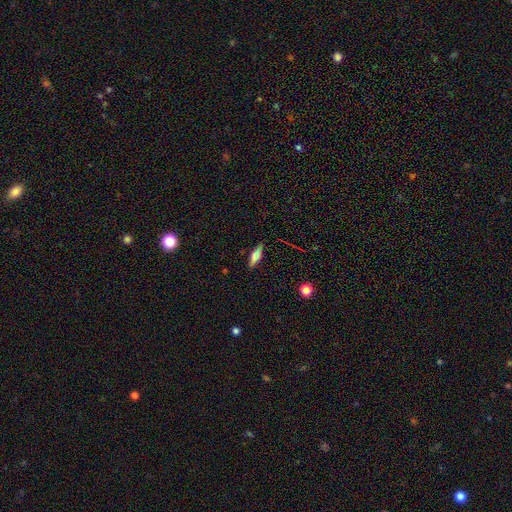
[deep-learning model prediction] Q: Smooth or featured?
A: smooth (46%); tied with: featured or disk (46%)
Q: Merging?
A: none (88%); runner-up: minor disturbance (9%)